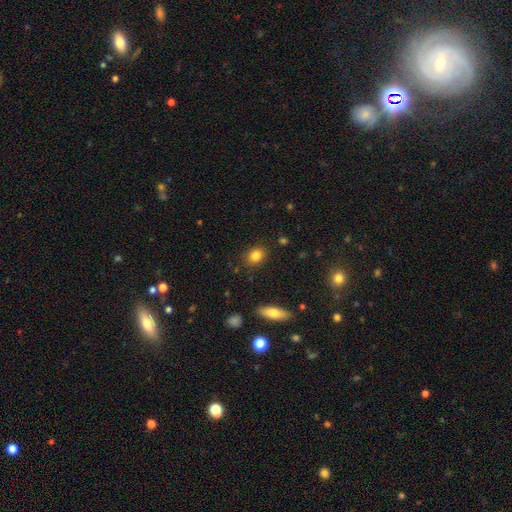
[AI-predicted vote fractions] smooth-or-featured: smooth: 84% | star or artifact: 10% | featured or disk: 7%
  how-rounded: in between: 50% | round: 48% | cigar-shaped: 2%
  merging: none: 87% | minor disturbance: 9% | major disturbance: 2% | merger: 2%